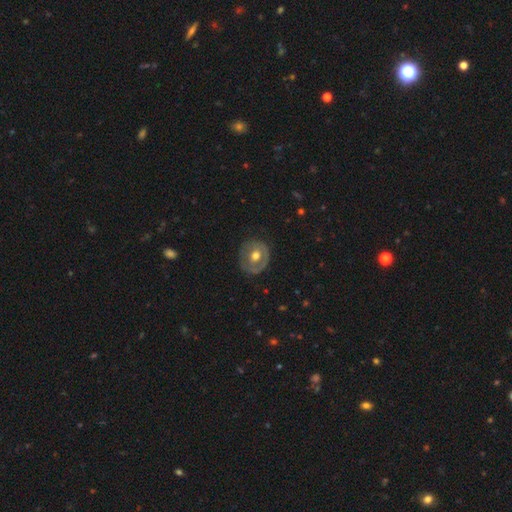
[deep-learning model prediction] Smooth or featured? Predicted: featured or disk (p=0.50). Edge-on disk? Predicted: no (p=0.95). Merging? Predicted: none (p=0.75).